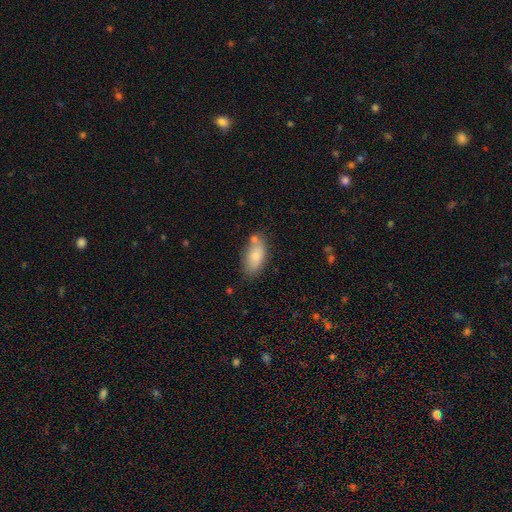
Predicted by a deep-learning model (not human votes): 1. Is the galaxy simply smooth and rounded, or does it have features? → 79% smooth, 14% featured or disk, 7% star or artifact.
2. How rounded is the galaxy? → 89% in between, 7% cigar-shaped, 4% round.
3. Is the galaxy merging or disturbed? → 63% none, 18% minor disturbance, 15% merger, 5% major disturbance.